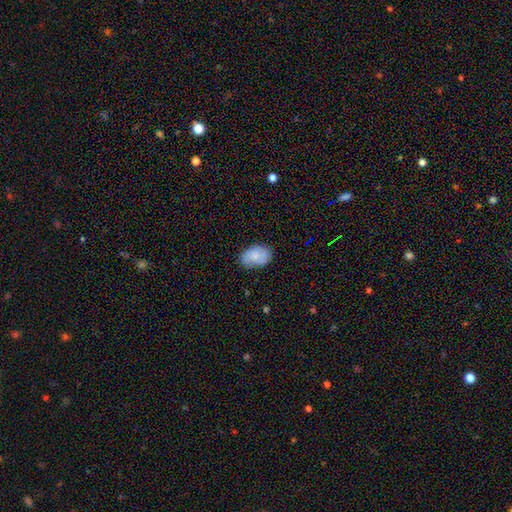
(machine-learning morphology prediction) Smooth or featured? Predicted: smooth (p=0.74). How rounded? Predicted: in between (p=0.86). Merging? Predicted: none (p=0.75).